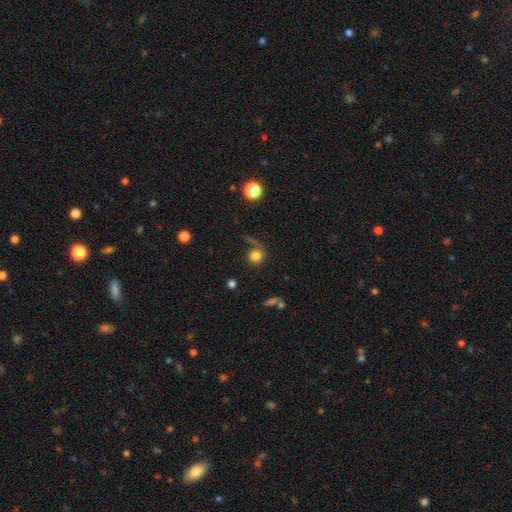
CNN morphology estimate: smooth_or_featured: smooth (p=0.79) [alt: star or artifact p=0.12]
how_rounded: round (p=0.90) [alt: in between p=0.09]
merging: none (p=0.61) [alt: major disturbance p=0.15]